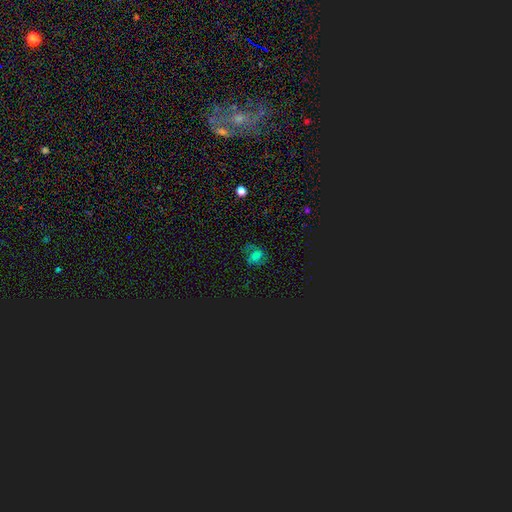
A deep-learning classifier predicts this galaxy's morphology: Overall: smooth (46%; star or artifact 30%). Merging: none (58%; minor disturbance 23%).